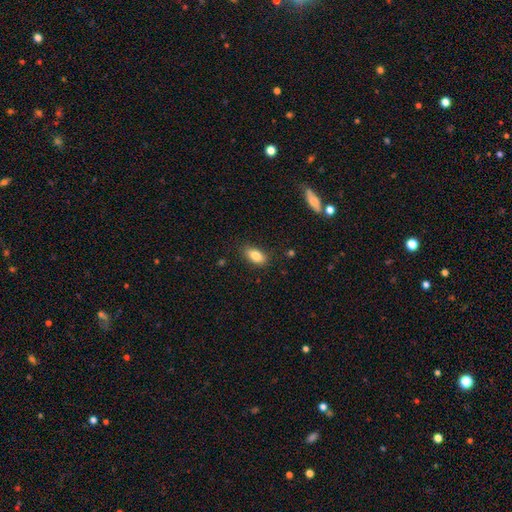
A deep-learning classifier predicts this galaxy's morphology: This is clearly a smooth galaxy (84%). How rounded: clearly in between (89%). Merging: clearly none (84%).